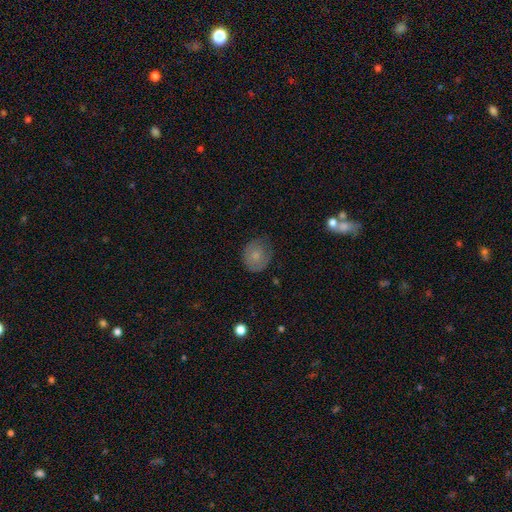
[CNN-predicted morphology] type=smooth (68%); roundness=round (65%); merging=none (62%).